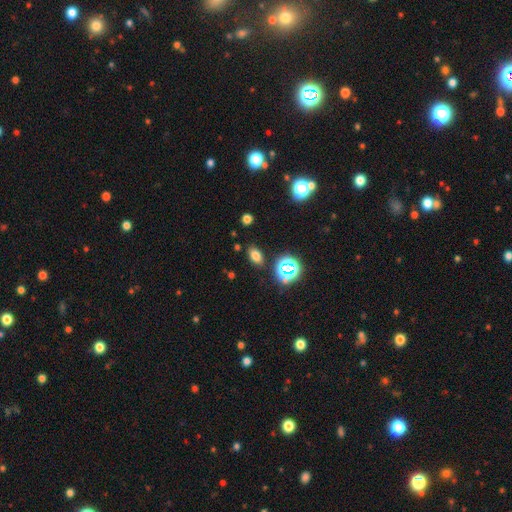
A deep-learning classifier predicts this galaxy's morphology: type=smooth (71%); roundness=in between (83%); merging=none (84%).